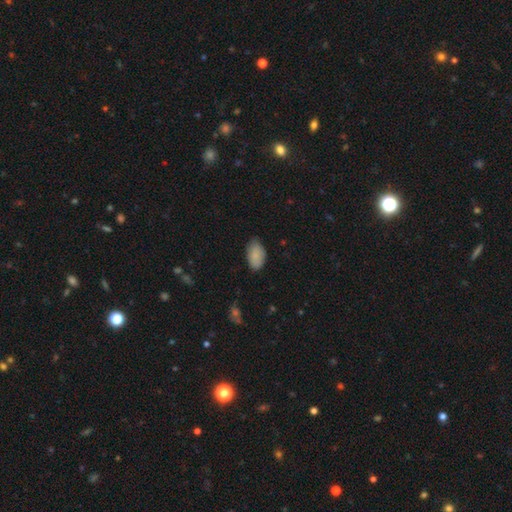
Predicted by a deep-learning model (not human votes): Q: Smooth or featured?
A: smooth (86%); runner-up: featured or disk (7%)
Q: How rounded?
A: in between (93%); runner-up: round (5%)
Q: Merging?
A: none (73%); runner-up: minor disturbance (22%)